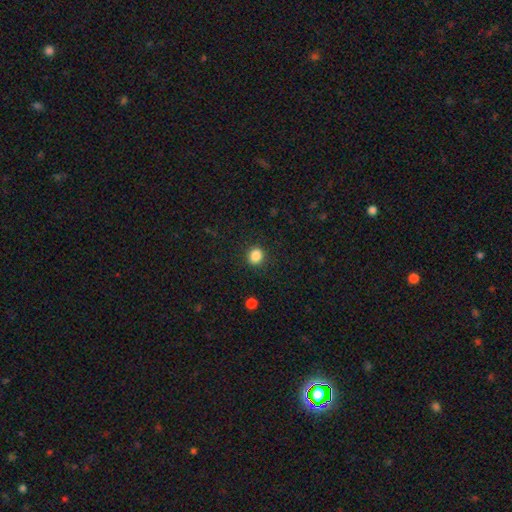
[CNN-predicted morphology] type=smooth (86%); roundness=round (77%); merging=none (90%).